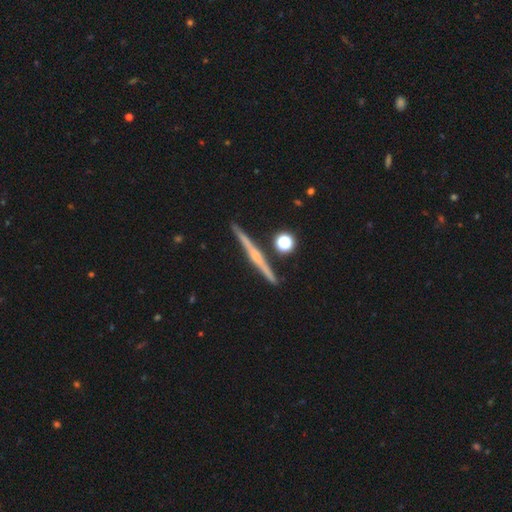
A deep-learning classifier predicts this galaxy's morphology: Smooth or featured?
  - featured or disk: 73% *
  - smooth: 20%
  - star or artifact: 7%
Edge-on disk?
  - yes: 98% *
  - no: 2%
Edge-on bulge?
  - rounded: 49% *
  - none: 39%
  - boxy: 12%
Merging?
  - none: 90% *
  - minor disturbance: 6%
  - merger: 3%
  - major disturbance: 2%